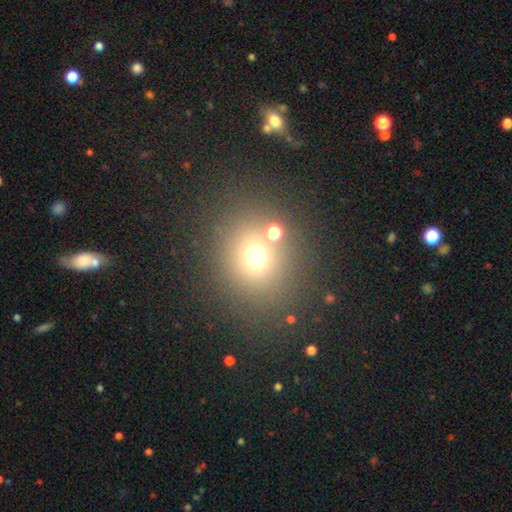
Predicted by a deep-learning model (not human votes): A smooth galaxy with no disk features (66%) that is round (80%).

Vote fractions:
- Smooth or featured? smooth: 66% / star or artifact: 23% / featured or disk: 12%
- How rounded? round: 80% / in between: 19% / cigar-shaped: 1%
- Merging? none: 73% / merger: 12% / minor disturbance: 9% / major disturbance: 6%